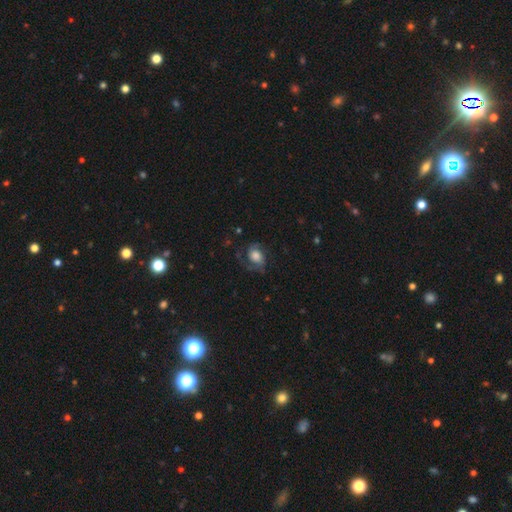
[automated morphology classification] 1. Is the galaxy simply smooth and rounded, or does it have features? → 67% featured or disk, 25% smooth, 8% star or artifact.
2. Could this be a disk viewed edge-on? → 97% no, 3% yes.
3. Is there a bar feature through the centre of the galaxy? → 68% no, 26% weak, 6% strong.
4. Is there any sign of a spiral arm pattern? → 92% yes, 8% no.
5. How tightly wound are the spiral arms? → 47% medium, 28% loose, 25% tight.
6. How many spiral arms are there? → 79% 2, 7% 1, 7% can't tell, 4% 3, 2% 4, 2% more than 4.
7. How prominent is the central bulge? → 51% large, 23% moderate, 11% dominant, 8% small, 7% none.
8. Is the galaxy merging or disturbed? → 63% none, 19% minor disturbance, 17% major disturbance, 1% merger.